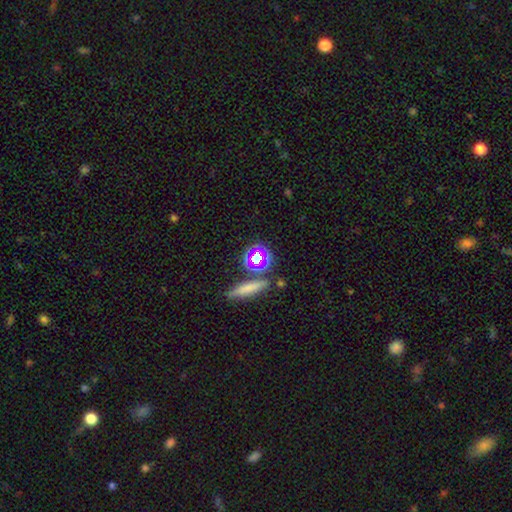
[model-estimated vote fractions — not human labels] A smooth galaxy with no disk features (49%). Merging: none (75%).